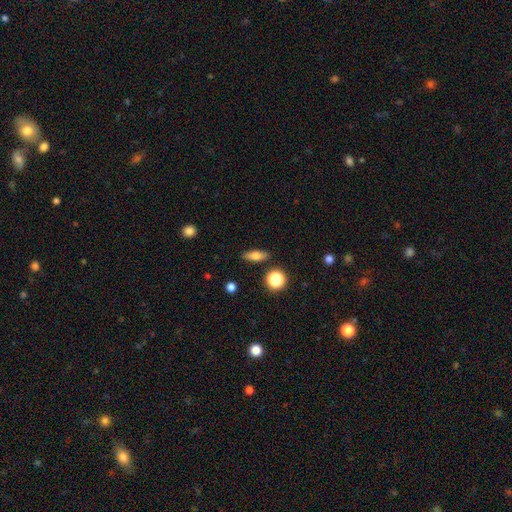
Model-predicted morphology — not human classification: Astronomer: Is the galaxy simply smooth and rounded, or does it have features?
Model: smooth — 72%.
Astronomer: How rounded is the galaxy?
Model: in between — 62%.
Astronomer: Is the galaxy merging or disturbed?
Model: none — 87%.